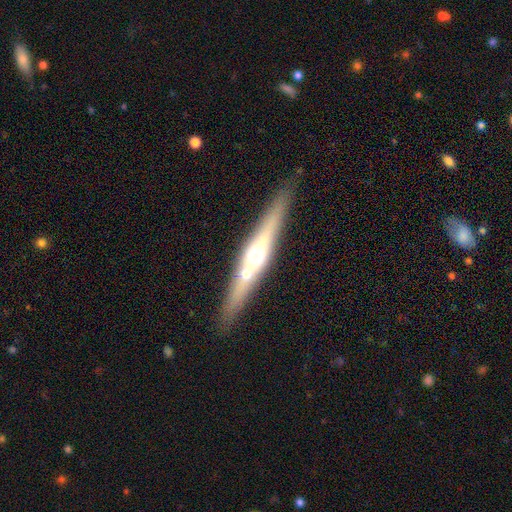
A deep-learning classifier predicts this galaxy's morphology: A featured or disk galaxy (61%) viewed edge-on (93%) with a rounded central bulge (89%).

Vote fractions:
- Smooth or featured? featured or disk: 61% / smooth: 32% / star or artifact: 7%
- Edge-on disk? yes: 93% / no: 7%
- Edge-on bulge? rounded: 89% / none: 6% / boxy: 5%
- Merging? none: 81% / minor disturbance: 9% / merger: 7% / major disturbance: 3%